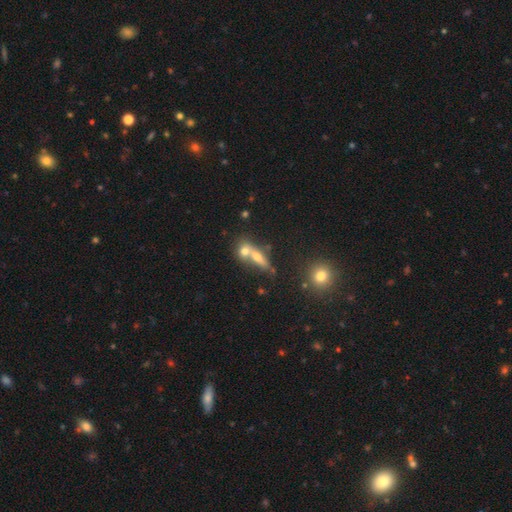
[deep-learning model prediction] smooth 46%, featured or disk 39%, star or artifact 15%. Down the decision tree: merging — merger (48%).